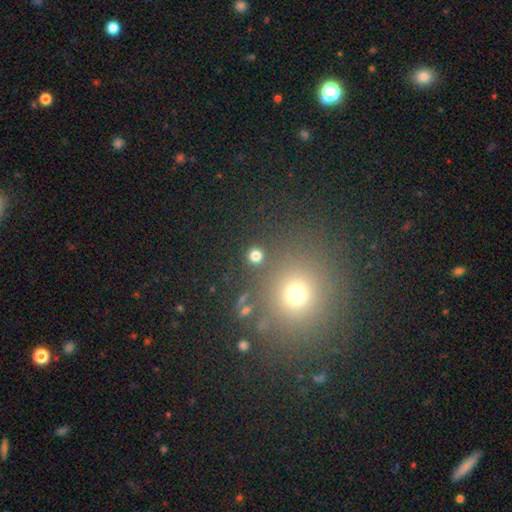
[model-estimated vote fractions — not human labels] Overall: smooth (79%). How rounded: round (91%). Merging: none (87%).